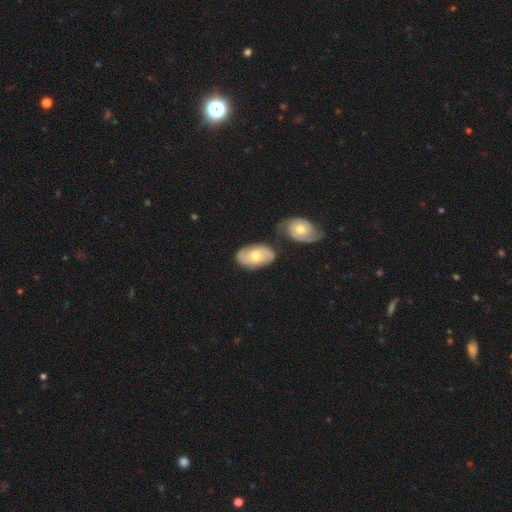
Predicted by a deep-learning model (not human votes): smooth-or-featured: featured or disk: 57% | smooth: 37% | star or artifact: 6%
  disk-edge-on: no: 93% | yes: 7%
    bar: no: 65% | weak: 29% | strong: 6%
    has-spiral-arms: yes: 81% | no: 19%
    bulge-size: moderate: 74% | small: 18% | large: 6% | none: 1% | dominant: 1%
  merging: none: 57% | merger: 21% | minor disturbance: 17% | major disturbance: 5%